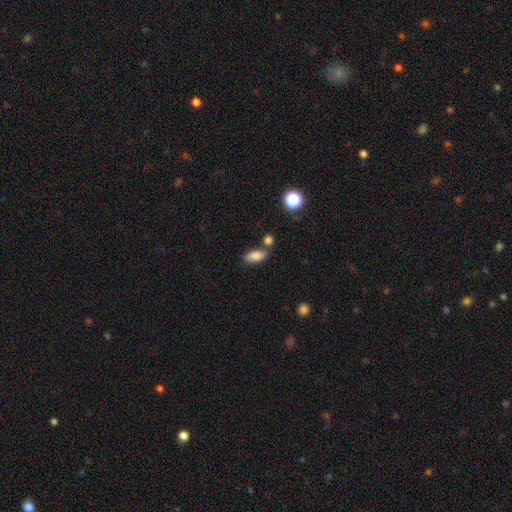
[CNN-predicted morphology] This is clearly a smooth galaxy (86%). How rounded: clearly in between (87%). Merging: likely none (65%).